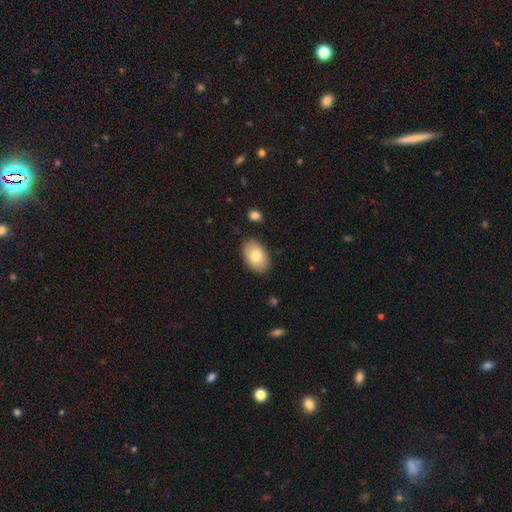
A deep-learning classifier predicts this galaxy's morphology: The model was most divided on "smooth or featured": smooth: 78%, featured or disk: 15%, star or artifact: 6%. More confident: how rounded — in between (91%); merging — none (85%).